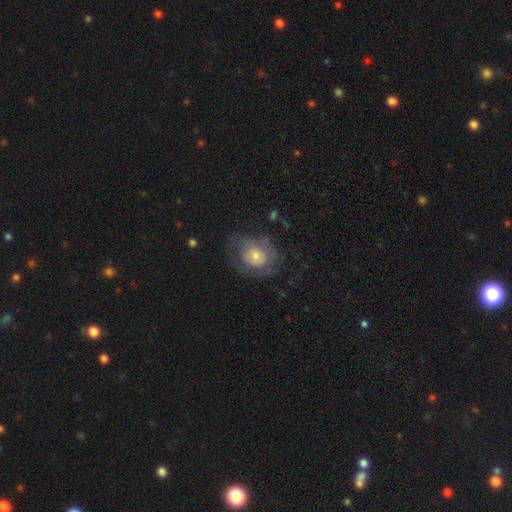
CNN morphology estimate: smooth_or_featured: featured or disk (p=0.48) [alt: smooth p=0.43]
merging: none (p=0.57) [alt: minor disturbance p=0.22]